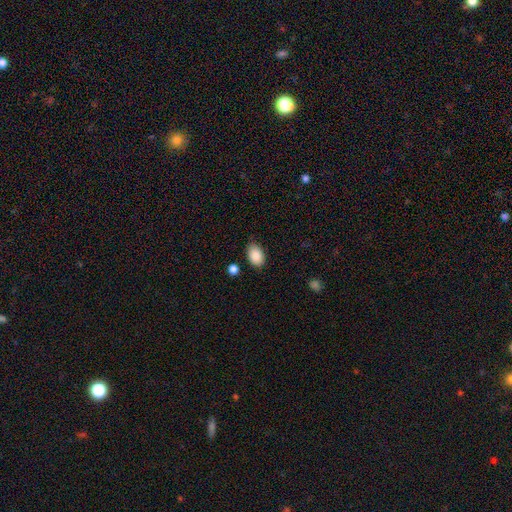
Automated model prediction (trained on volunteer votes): This is clearly a smooth galaxy (89%). How rounded: clearly in between (87%). Merging: likely none (79%).